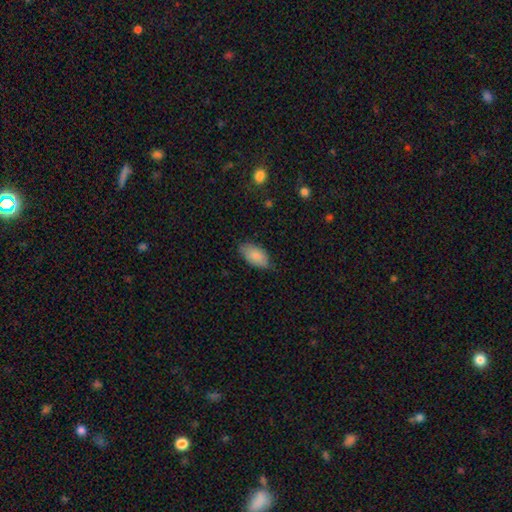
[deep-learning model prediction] Overall: smooth (84%). How rounded: in between (94%). Merging: none (70%).